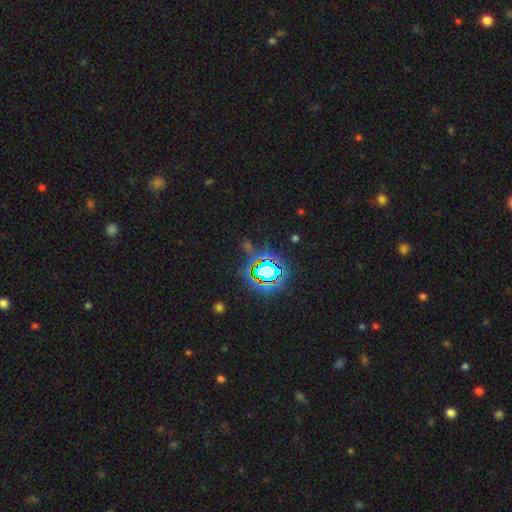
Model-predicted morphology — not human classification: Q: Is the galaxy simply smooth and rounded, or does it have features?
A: star or artifact — 81%.